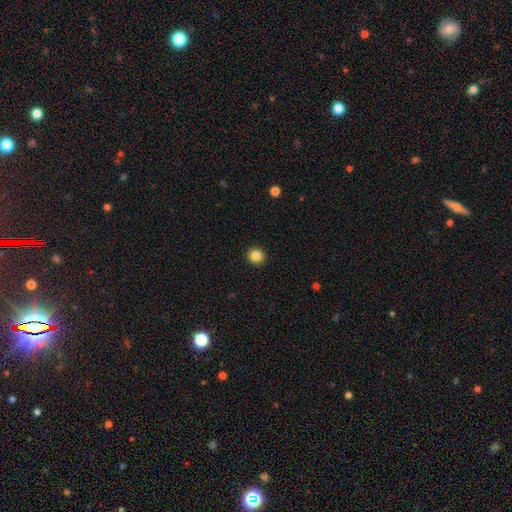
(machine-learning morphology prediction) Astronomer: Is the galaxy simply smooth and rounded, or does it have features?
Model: smooth — 84%.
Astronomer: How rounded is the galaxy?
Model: round — 93%.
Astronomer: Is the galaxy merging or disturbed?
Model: none — 93%.